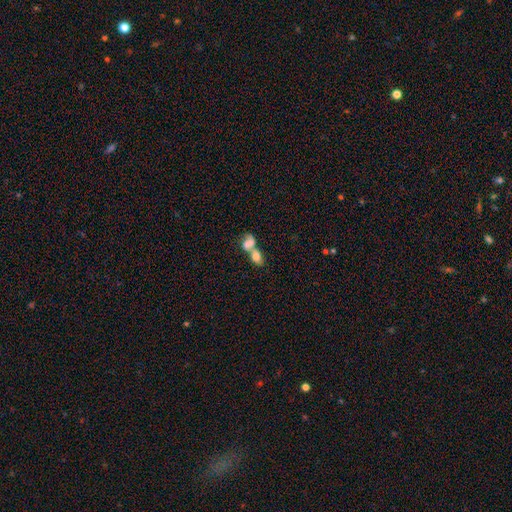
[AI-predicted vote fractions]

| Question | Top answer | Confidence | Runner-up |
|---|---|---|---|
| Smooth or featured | smooth | 74% | featured or disk (17%) |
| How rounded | in between | 78% | round (19%) |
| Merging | merger | 77% | none (13%) |